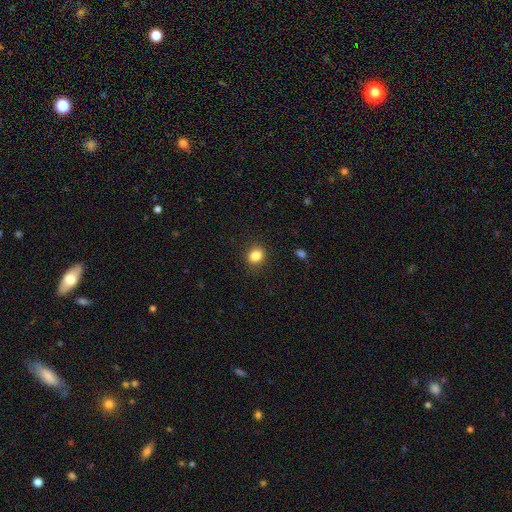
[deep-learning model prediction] Morphology: type=smooth (85%); roundness=round (59%); merging=none (88%).